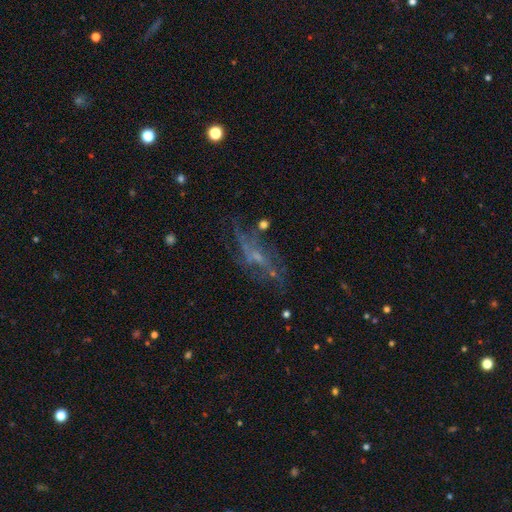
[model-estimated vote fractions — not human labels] This appears to be a featured or disk galaxy (61%) with no bar (63%), spiral arms (58%) and a small central bulge (56%). Merging: none (55%).